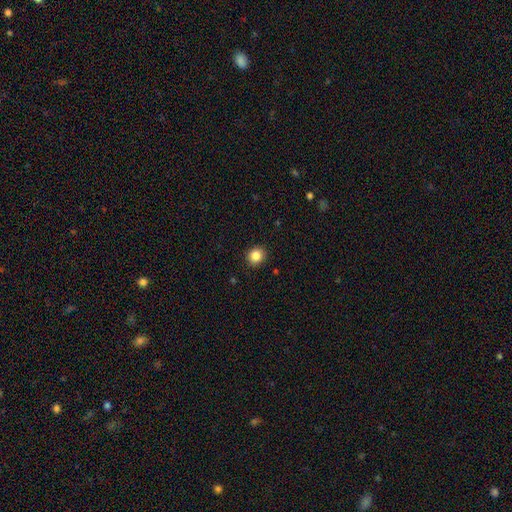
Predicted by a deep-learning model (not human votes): A smooth galaxy with no disk features (85%) that is round (86%). Merging: none (91%).